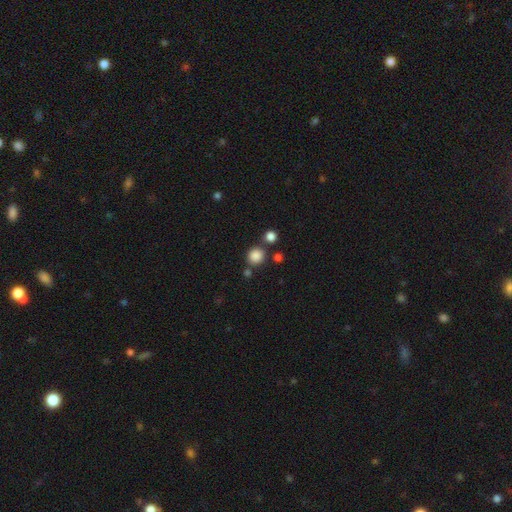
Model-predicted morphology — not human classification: This appears to be a smooth galaxy with no disk features (85%) that is round (88%). Merging: none (77%).